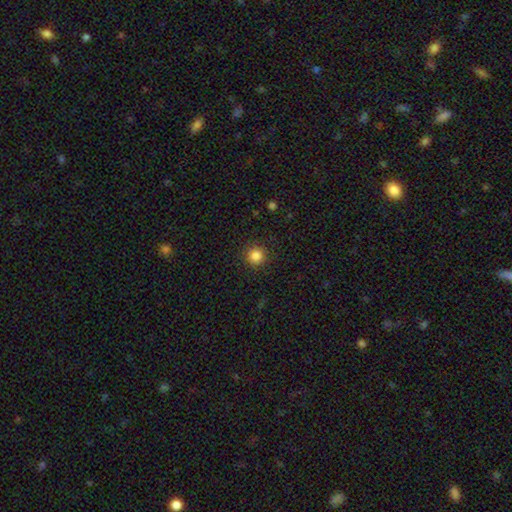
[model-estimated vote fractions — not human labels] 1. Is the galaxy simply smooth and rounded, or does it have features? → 85% smooth, 11% star or artifact, 4% featured or disk.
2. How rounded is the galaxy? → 95% round, 4% in between, 1% cigar-shaped.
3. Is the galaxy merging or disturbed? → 91% none, 6% minor disturbance, 2% major disturbance, 1% merger.